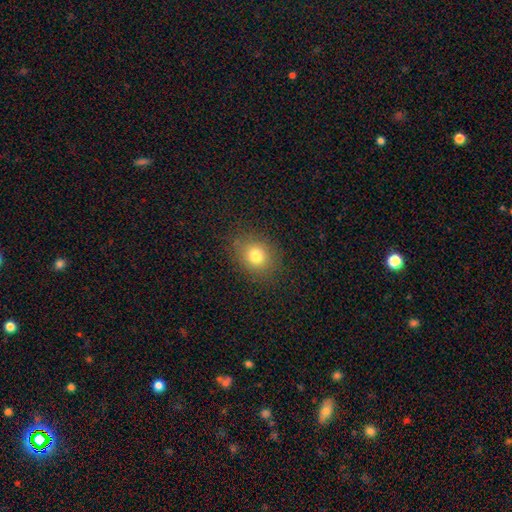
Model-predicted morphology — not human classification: Q: Smooth or featured?
A: smooth (77%); runner-up: star or artifact (13%)
Q: How rounded?
A: round (63%); runner-up: in between (36%)
Q: Merging?
A: none (84%); runner-up: minor disturbance (11%)